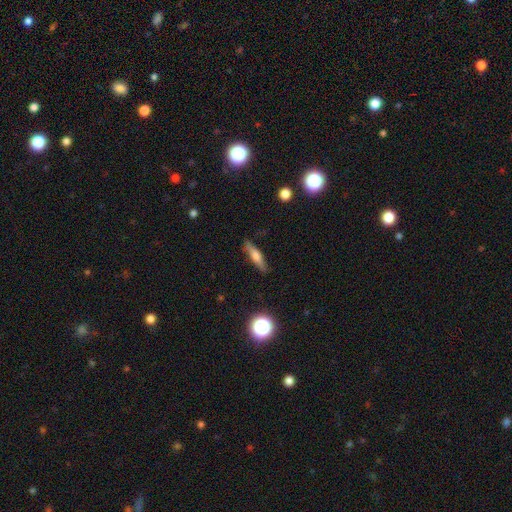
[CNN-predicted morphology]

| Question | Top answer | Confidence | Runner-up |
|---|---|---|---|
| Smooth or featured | smooth | 52% | featured or disk (40%) |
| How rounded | cigar-shaped | 79% | in between (18%) |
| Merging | none | 86% | minor disturbance (10%) |